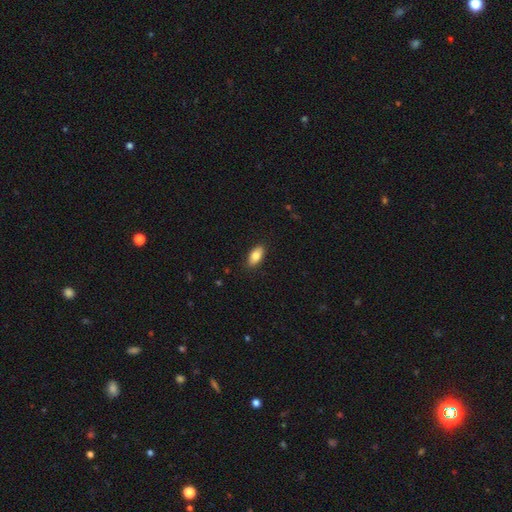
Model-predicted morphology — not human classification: type=smooth (83%); roundness=in between (90%); merging=none (87%).